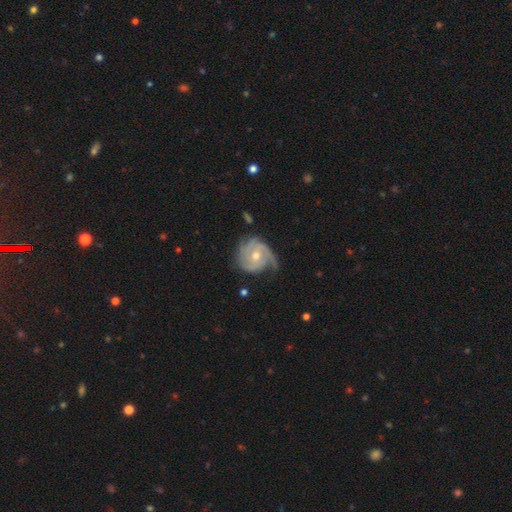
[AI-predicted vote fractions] Morphology: type=featured or disk (81%); edge-on=no (98%); bar=no (67%); spiral arms=yes (94%); winding=tight (54%); arm count=2 (34%); bulge=moderate (68%); merging=none (52%).